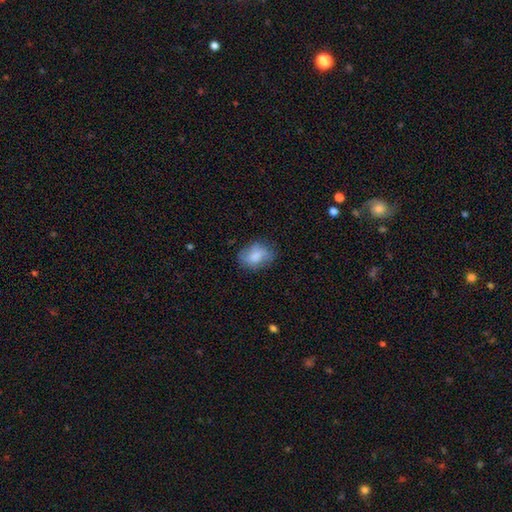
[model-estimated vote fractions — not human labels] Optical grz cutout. It shows a smooth galaxy with no disk features (78%) that is in between round and cigar-shaped (77%). Merging: none (69%).